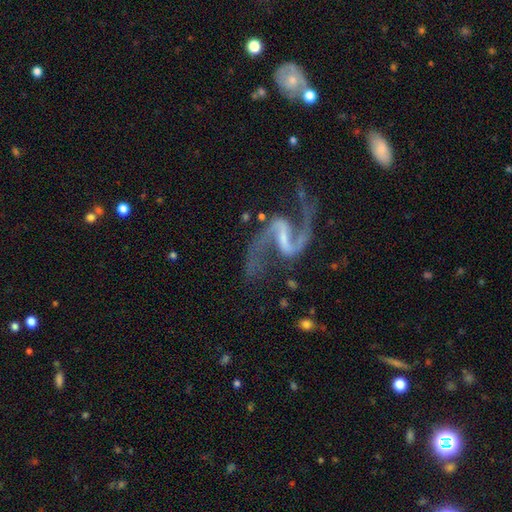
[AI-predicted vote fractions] Smooth or featured: featured or disk — 93% (star or artifact — 5%)
Edge-on disk: no — 97% (yes — 3%)
Bar: weak — 44% (strong — 43%)
Spiral arms: yes — 98% (no — 2%)
Spiral winding: loose — 63% (medium — 31%)
Spiral arm count: 2 — 94% (1 — 1%)
Bulge size: small — 48% (none — 35%)
Merging: none — 73% (minor disturbance — 14%)